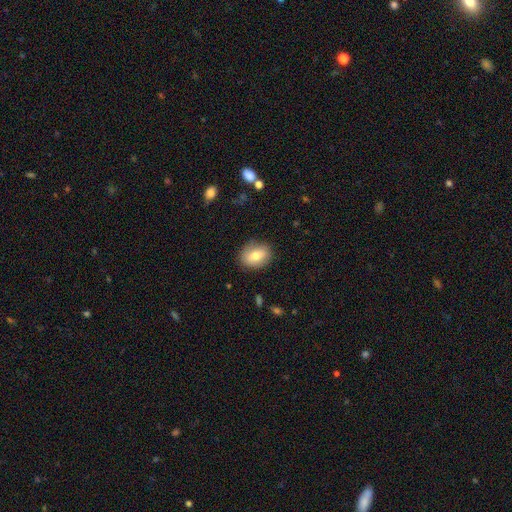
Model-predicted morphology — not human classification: The model was most divided on "how rounded": in between: 62%, round: 37%, cigar-shaped: 1%. More confident: merging — none (84%); smooth or featured — smooth (74%).